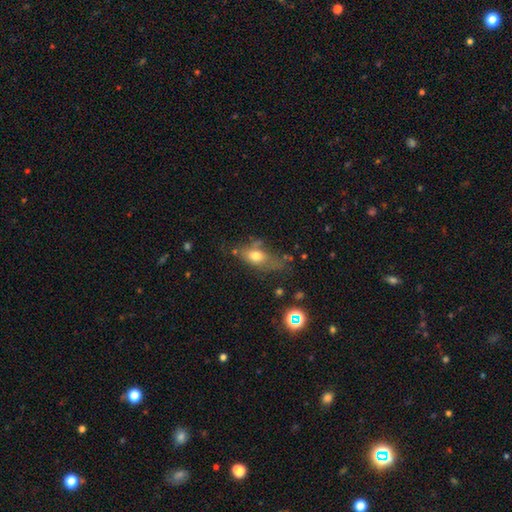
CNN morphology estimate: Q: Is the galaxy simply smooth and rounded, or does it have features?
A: smooth — 67%.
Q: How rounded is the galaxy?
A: in between — 74%.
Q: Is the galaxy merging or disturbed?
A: none — 44%.